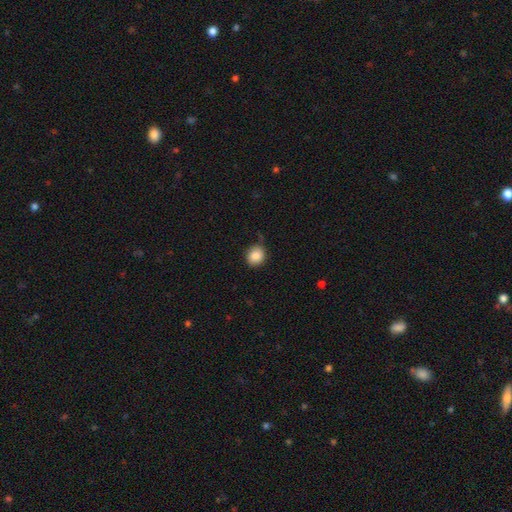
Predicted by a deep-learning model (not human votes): A smooth galaxy with no disk features (87%) that is round (81%). Merging: none (79%).